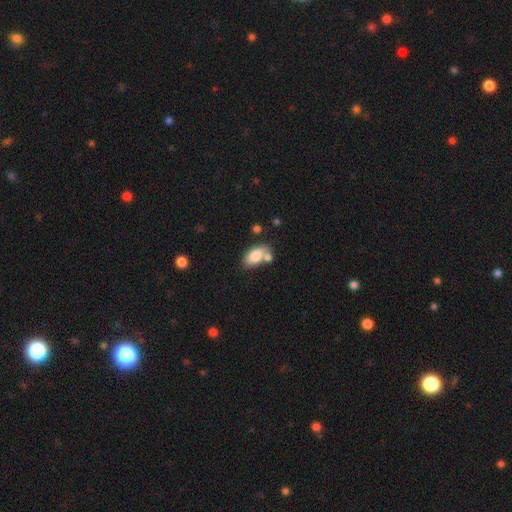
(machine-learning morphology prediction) Smooth or featured? smooth (80%)
How rounded? in between (91%)
Merging? none (52%)